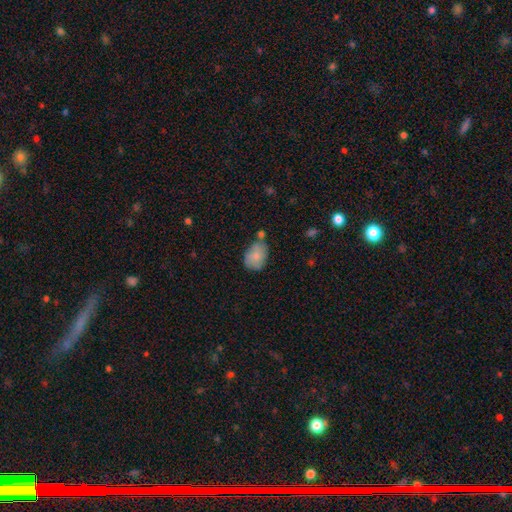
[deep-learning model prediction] Smooth or featured? Predicted: smooth (p=0.79). How rounded? Predicted: in between (p=0.73). Merging? Predicted: none (p=0.49).